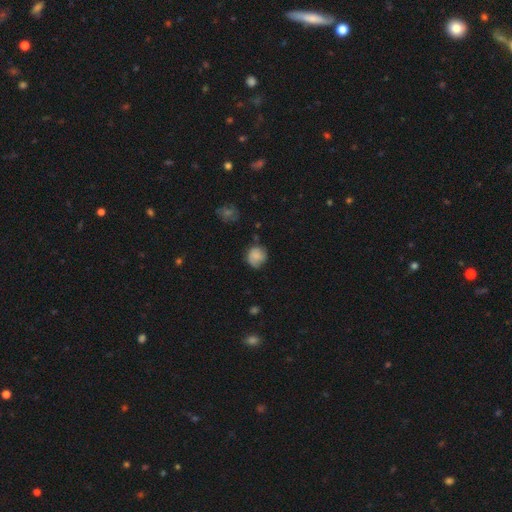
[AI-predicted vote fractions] This appears to be a smooth galaxy with no disk features (73%) that is round (81%). Merging: none (64%).